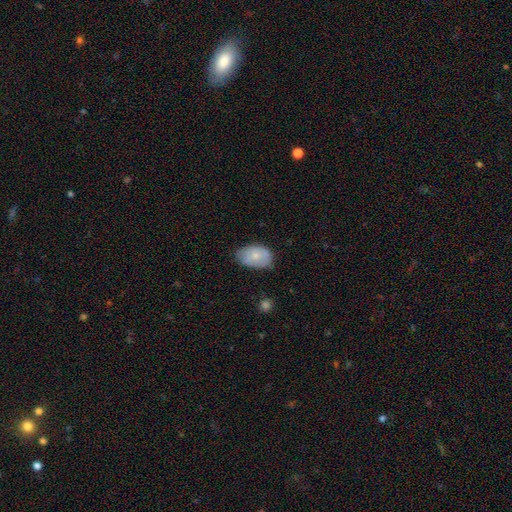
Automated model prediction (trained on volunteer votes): This appears to be a smooth galaxy with no disk features (69%) that is in between round and cigar-shaped (87%). Merging: none (64%).